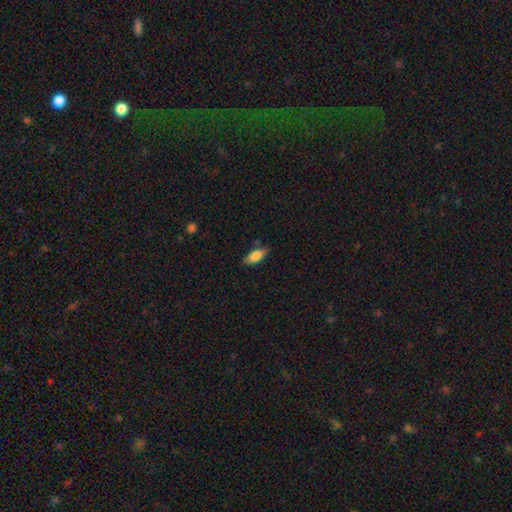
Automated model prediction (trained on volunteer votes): smooth-or-featured: smooth: 82% | featured or disk: 11% | star or artifact: 7%
  how-rounded: in between: 82% | cigar-shaped: 15% | round: 2%
  merging: none: 77% | minor disturbance: 18% | major disturbance: 3% | merger: 2%